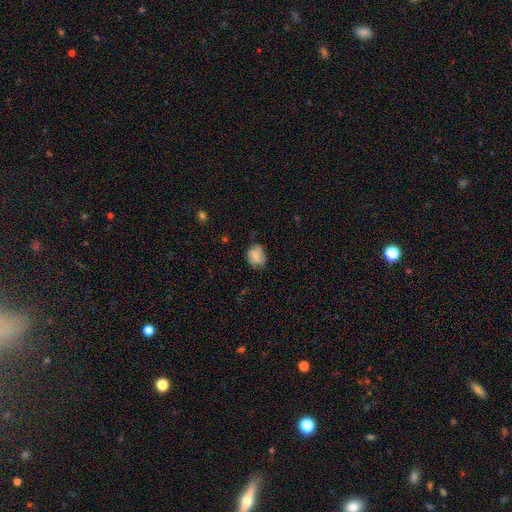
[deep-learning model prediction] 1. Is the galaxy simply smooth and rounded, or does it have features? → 73% smooth, 18% featured or disk, 9% star or artifact.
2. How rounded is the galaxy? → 56% round, 43% in between, 1% cigar-shaped.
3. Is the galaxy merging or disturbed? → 60% none, 29% minor disturbance, 9% major disturbance, 2% merger.